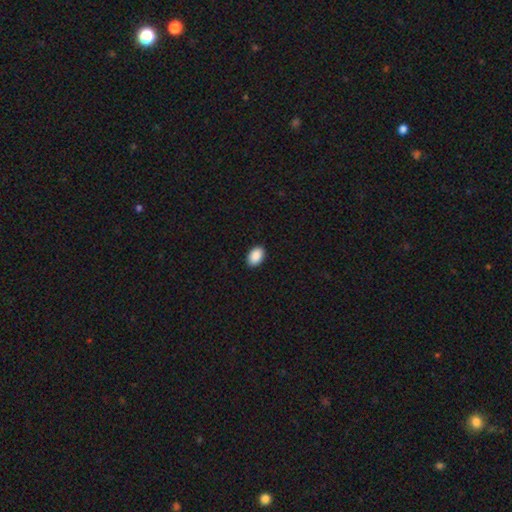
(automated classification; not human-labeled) Smooth or featured? Predicted: smooth (p=0.91). How rounded? Predicted: in between (p=0.90). Merging? Predicted: none (p=0.91).